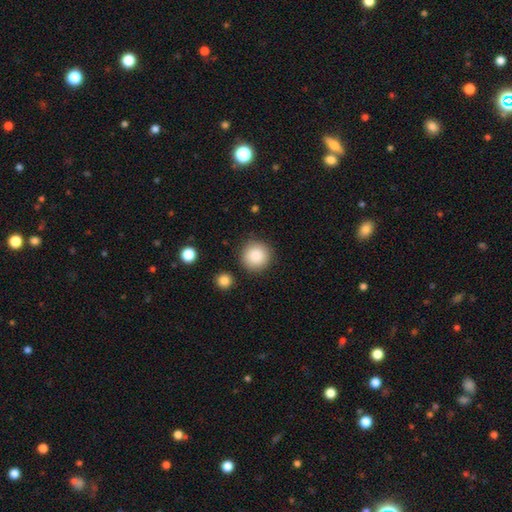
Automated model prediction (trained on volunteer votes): smooth-or-featured: smooth: 88% | star or artifact: 8% | featured or disk: 4%
  how-rounded: round: 95% | in between: 4% | cigar-shaped: 1%
  merging: none: 87% | minor disturbance: 7% | merger: 3% | major disturbance: 3%